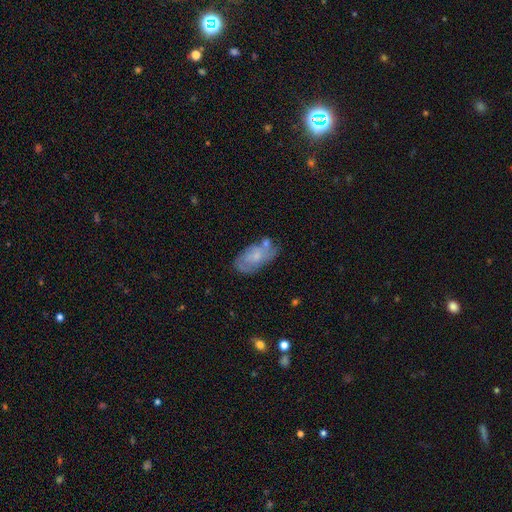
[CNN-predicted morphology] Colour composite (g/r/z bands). It shows a smooth galaxy with no disk features (50%) that is in between round and cigar-shaped (91%). Merging: none (49%).